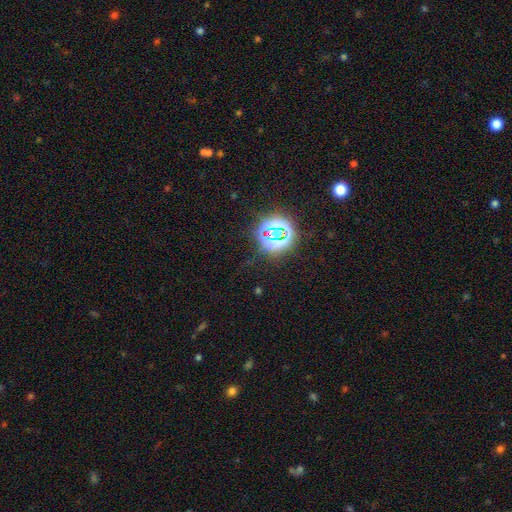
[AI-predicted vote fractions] Overall: star or artifact (79%).